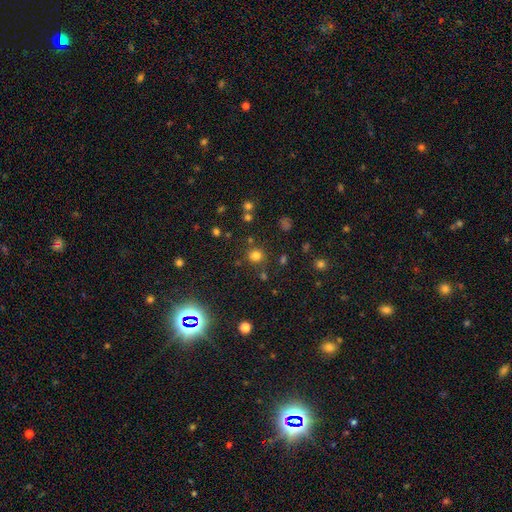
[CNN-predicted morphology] This appears to be a smooth galaxy with no disk features (75%) that is round (90%). Merging: none (84%).